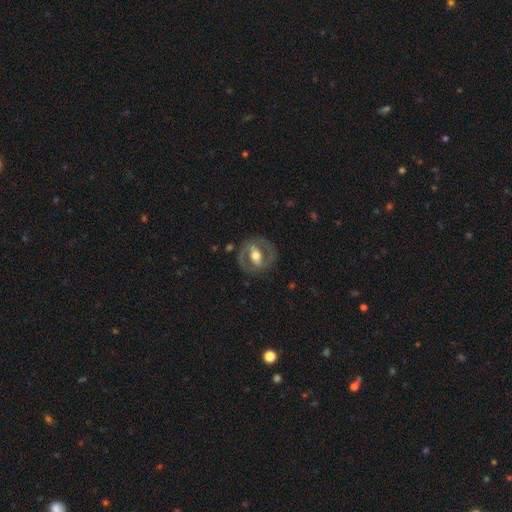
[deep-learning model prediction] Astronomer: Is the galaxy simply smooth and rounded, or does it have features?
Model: featured or disk — 73%.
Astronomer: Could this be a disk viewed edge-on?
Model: no — 94%.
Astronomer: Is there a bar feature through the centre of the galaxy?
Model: strong — 44% (runner-up: weak, 32%).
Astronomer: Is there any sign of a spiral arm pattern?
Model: yes — 55% (runner-up: no, 45%).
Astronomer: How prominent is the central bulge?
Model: moderate — 70%.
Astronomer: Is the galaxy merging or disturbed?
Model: none — 79%.